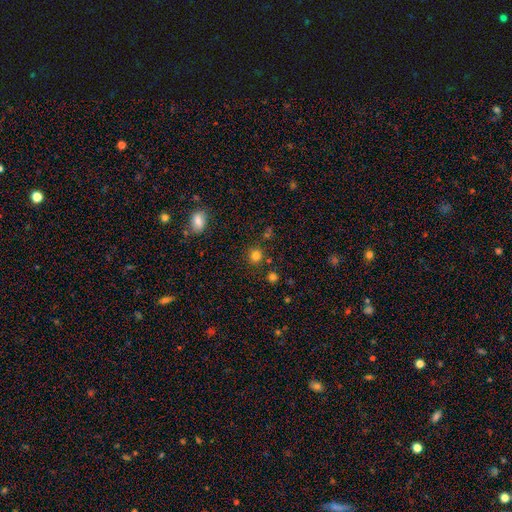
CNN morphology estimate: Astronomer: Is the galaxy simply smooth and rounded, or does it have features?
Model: smooth — 80%.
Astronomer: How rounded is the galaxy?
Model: round — 90%.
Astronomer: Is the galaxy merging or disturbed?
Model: none — 86%.